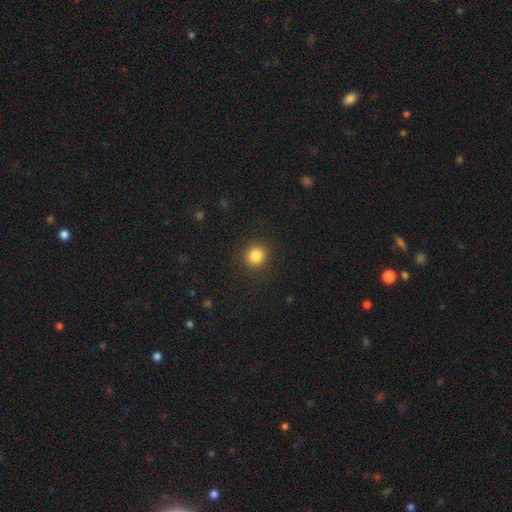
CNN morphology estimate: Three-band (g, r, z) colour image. It shows a smooth galaxy with no disk features (84%) that is round (90%). Merging: none (90%).